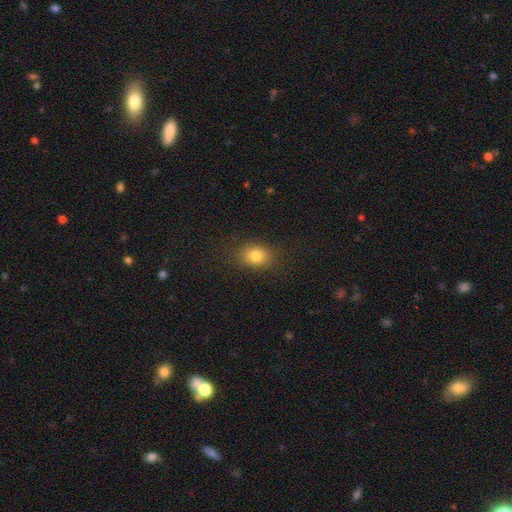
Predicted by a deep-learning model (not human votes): smooth_or_featured: smooth (p=0.81) [alt: star or artifact p=0.11]
how_rounded: in between (p=0.66) [alt: round p=0.33]
merging: none (p=0.85) [alt: minor disturbance p=0.11]